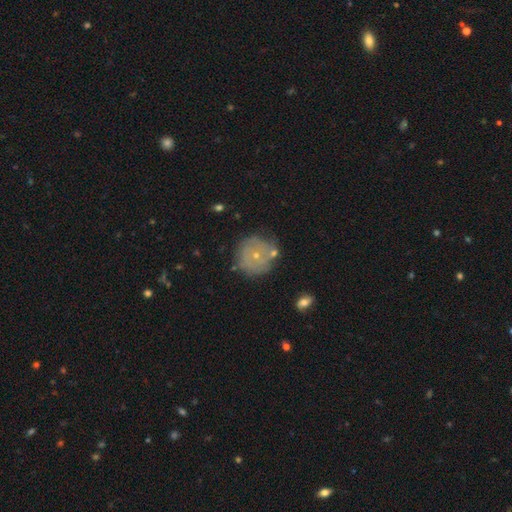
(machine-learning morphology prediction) Q: Smooth or featured?
A: featured or disk (50%); runner-up: smooth (41%)
Q: Merging?
A: none (70%); runner-up: minor disturbance (18%)